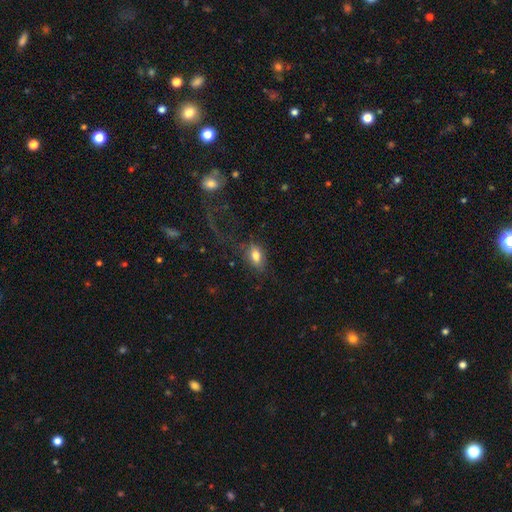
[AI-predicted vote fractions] Smooth or featured? smooth (78%)
How rounded? in between (84%)
Merging? none (62%)